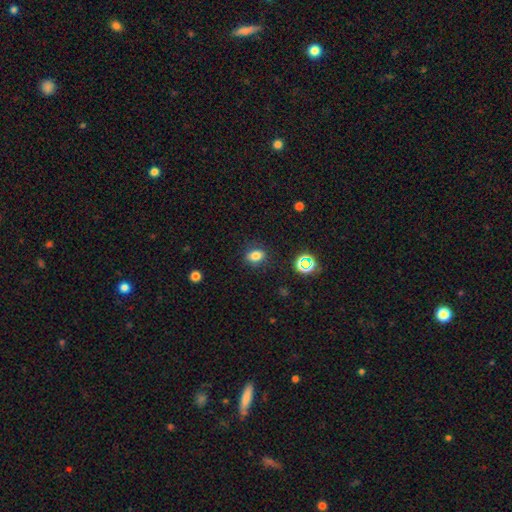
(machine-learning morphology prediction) smooth-or-featured: smooth: 77% | star or artifact: 15% | featured or disk: 8%
  how-rounded: in between: 69% | round: 28% | cigar-shaped: 2%
  merging: none: 84% | minor disturbance: 11% | major disturbance: 3% | merger: 1%